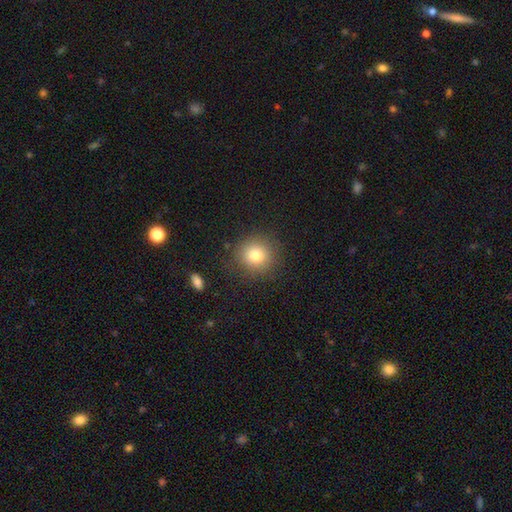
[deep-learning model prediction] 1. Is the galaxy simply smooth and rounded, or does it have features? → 79% smooth, 12% star or artifact, 9% featured or disk.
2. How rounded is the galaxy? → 90% round, 9% in between, 1% cigar-shaped.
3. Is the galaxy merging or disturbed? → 87% none, 8% minor disturbance, 3% major disturbance, 1% merger.